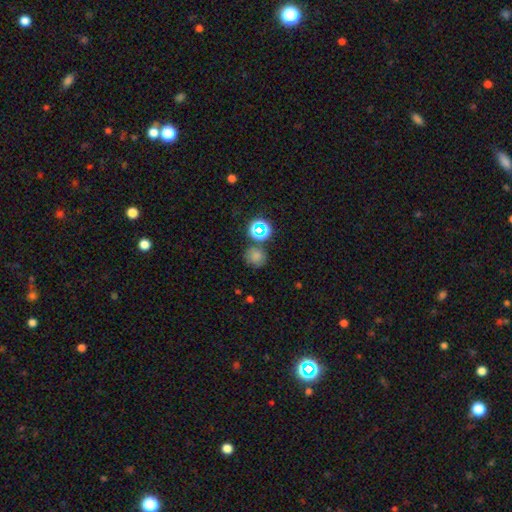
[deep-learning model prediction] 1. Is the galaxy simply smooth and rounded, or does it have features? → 70% smooth, 21% star or artifact, 9% featured or disk.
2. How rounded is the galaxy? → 84% round, 15% in between, 1% cigar-shaped.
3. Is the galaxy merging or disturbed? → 71% none, 14% minor disturbance, 10% merger, 5% major disturbance.